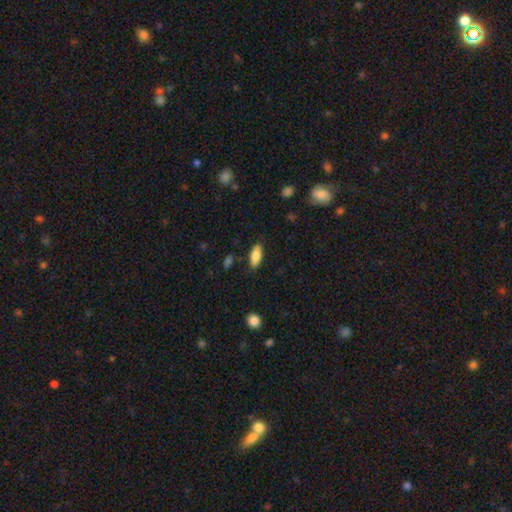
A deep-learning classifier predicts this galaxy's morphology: smooth 81%, featured or disk 12%, star or artifact 7%. Down the decision tree: how rounded — in between (78%); merging — none (84%).